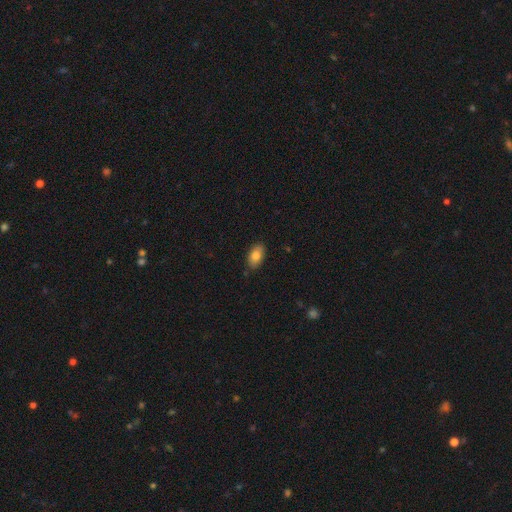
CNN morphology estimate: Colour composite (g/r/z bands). It shows a smooth galaxy with no disk features (82%) that is in between round and cigar-shaped (92%). Merging: none (85%).